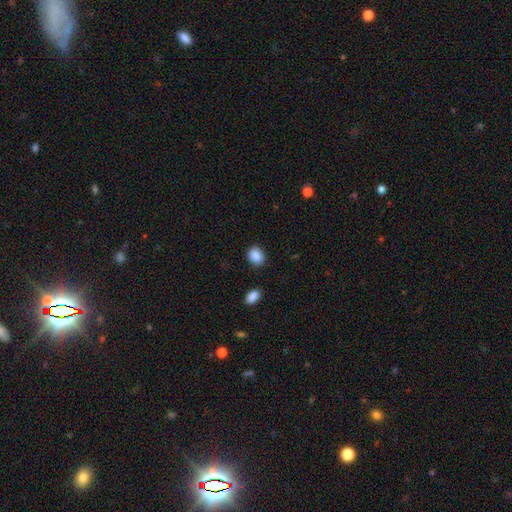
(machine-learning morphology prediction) Smooth or featured? smooth (89%)
How rounded? round (52%)
Merging? none (86%)